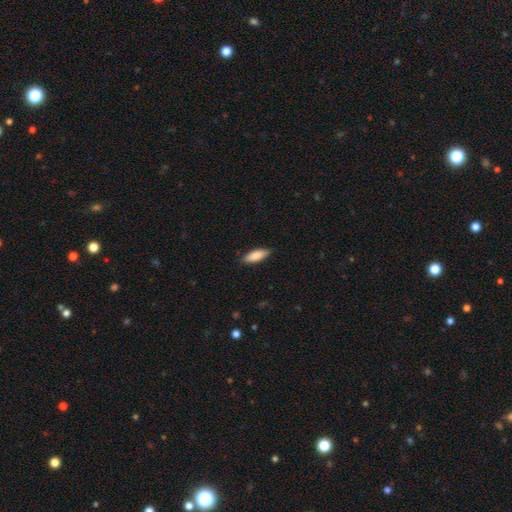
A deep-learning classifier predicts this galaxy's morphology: Q: Smooth or featured?
A: smooth (84%); runner-up: featured or disk (10%)
Q: How rounded?
A: in between (65%); runner-up: cigar-shaped (33%)
Q: Merging?
A: none (86%); runner-up: minor disturbance (11%)